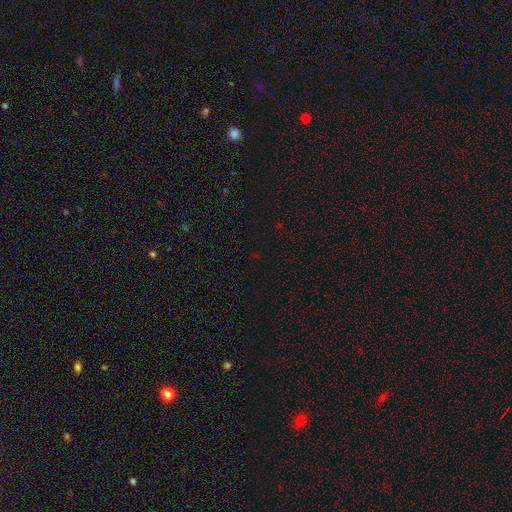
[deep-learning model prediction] This appears to be a star or artifact, not a galaxy (70%).